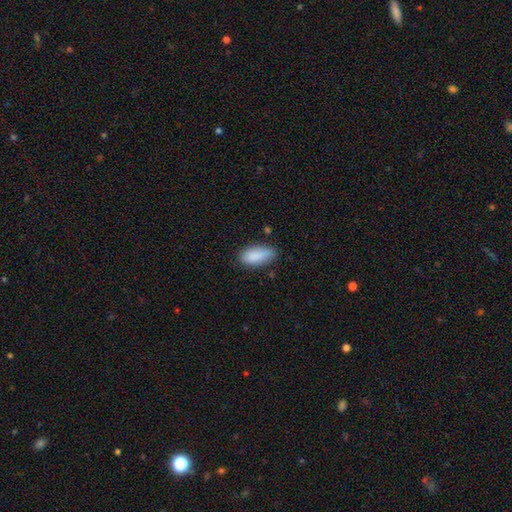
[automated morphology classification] Smooth or featured?
  - smooth: 89% *
  - star or artifact: 7%
  - featured or disk: 5%
How rounded?
  - in between: 85% *
  - cigar-shaped: 13%
  - round: 2%
Merging?
  - none: 75% *
  - minor disturbance: 19%
  - major disturbance: 4%
  - merger: 2%